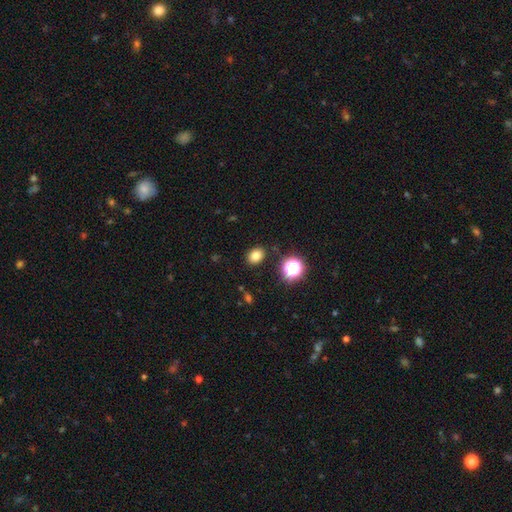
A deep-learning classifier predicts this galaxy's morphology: Smooth or featured? Predicted: smooth (p=0.78). How rounded? Predicted: in between (p=0.55). Merging? Predicted: none (p=0.87).